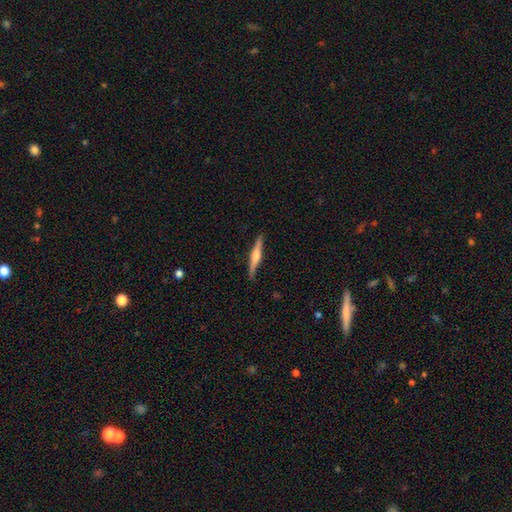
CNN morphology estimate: Q: Smooth or featured?
A: featured or disk (70%); runner-up: smooth (24%)
Q: Edge-on disk?
A: yes (98%); runner-up: no (2%)
Q: Edge-on bulge?
A: rounded (79%); runner-up: boxy (15%)
Q: Merging?
A: none (90%); runner-up: minor disturbance (8%)